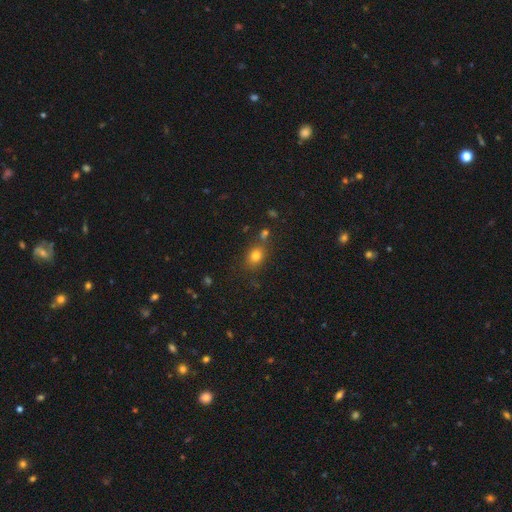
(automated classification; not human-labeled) Q: Smooth or featured?
A: smooth (79%); runner-up: star or artifact (13%)
Q: How rounded?
A: in between (53%); runner-up: round (46%)
Q: Merging?
A: none (71%); runner-up: minor disturbance (14%)